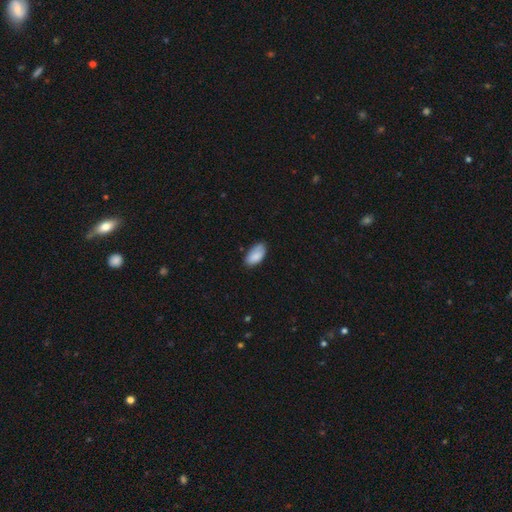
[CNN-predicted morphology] The model was most divided on "merging": none: 68%, minor disturbance: 26%, major disturbance: 4%, merger: 2%. More confident: how rounded — in between (94%); smooth or featured — smooth (85%).